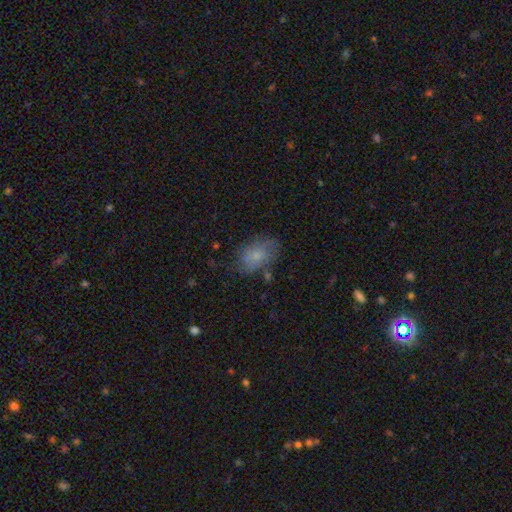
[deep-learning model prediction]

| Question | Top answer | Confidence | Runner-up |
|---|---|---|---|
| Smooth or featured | smooth | 66% | featured or disk (25%) |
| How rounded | in between | 84% | round (14%) |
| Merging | none | 59% | minor disturbance (26%) |